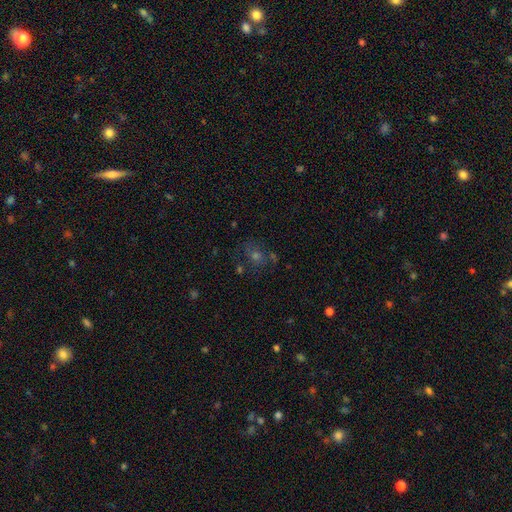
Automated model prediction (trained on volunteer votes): smooth-or-featured: star or artifact: 39% | smooth: 37% | featured or disk: 24%